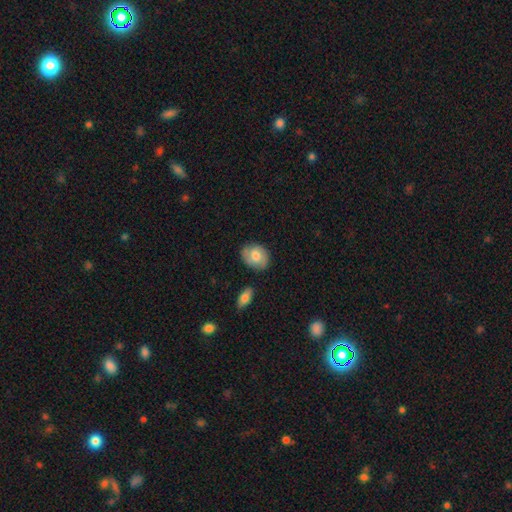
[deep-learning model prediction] Smooth or featured: smooth — 56% (featured or disk — 38%)
How rounded: in between — 52% (round — 46%)
Merging: none — 75% (minor disturbance — 18%)